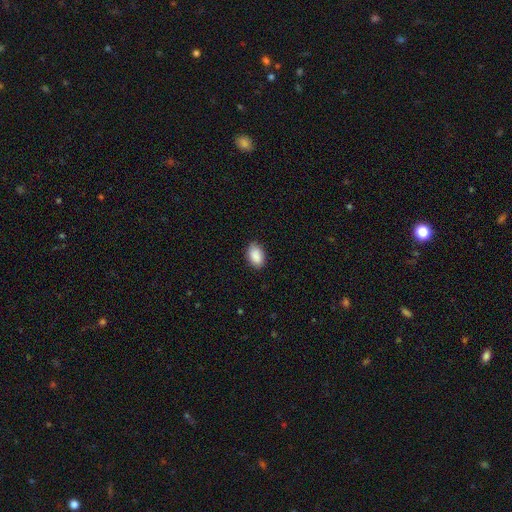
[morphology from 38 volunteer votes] Smooth or featured? smooth (92%)
How rounded? in between (97%)
Merging? none (81%)